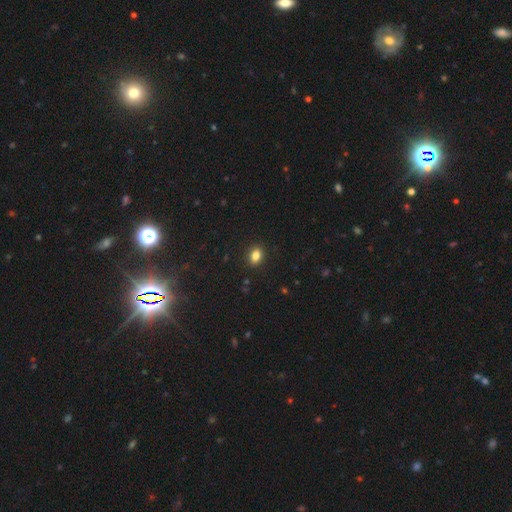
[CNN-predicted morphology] A smooth galaxy with no disk features (83%) that is in between round and cigar-shaped (72%). Merging: none (89%).